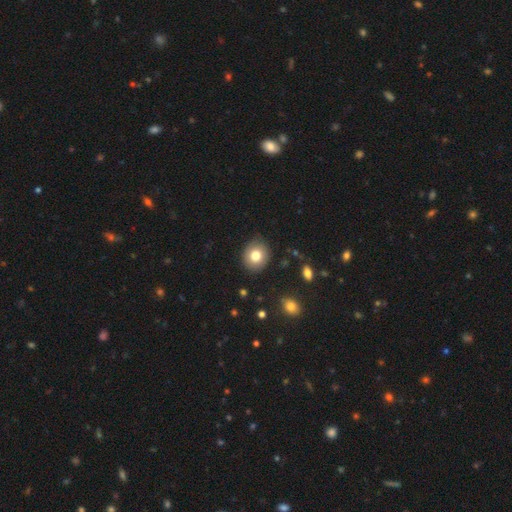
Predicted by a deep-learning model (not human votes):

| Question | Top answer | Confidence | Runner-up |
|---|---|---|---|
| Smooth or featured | smooth | 78% | featured or disk (13%) |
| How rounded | round | 73% | in between (26%) |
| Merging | none | 87% | minor disturbance (10%) |